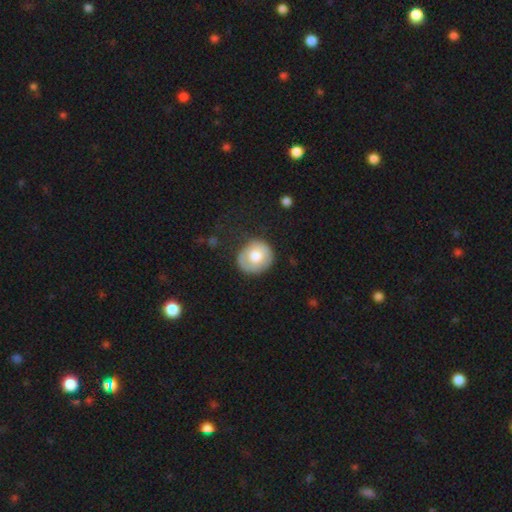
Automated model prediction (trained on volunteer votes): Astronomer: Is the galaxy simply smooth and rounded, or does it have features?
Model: smooth — 71%.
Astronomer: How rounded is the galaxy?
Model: round — 83%.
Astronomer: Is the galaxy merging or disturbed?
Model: none — 74%.